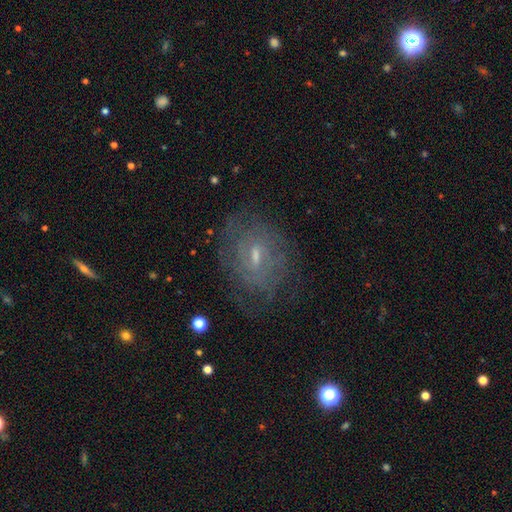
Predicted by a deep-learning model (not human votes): A featured or disk galaxy (61%) with a weak bar (53%), spiral arms (68%) and a small central bulge (62%).

Vote fractions:
- Smooth or featured? featured or disk: 61% / smooth: 25% / star or artifact: 14%
- Edge-on disk? no: 94% / yes: 6%
- Bar? weak: 53% / no: 36% / strong: 12%
- Spiral arms? yes: 68% / no: 32%
- Bulge size? small: 62% / moderate: 31% / none: 5% / large: 2% / dominant: 1%
- Merging? none: 71% / minor disturbance: 17% / major disturbance: 10% / merger: 1%